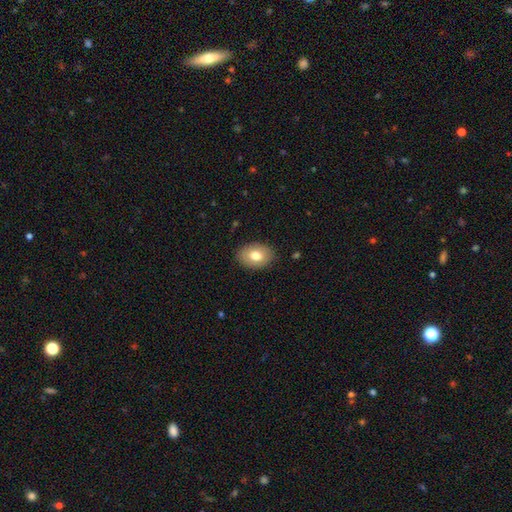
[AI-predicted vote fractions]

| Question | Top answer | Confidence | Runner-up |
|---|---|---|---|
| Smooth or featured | smooth | 76% | featured or disk (16%) |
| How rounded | in between | 76% | round (23%) |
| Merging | none | 87% | minor disturbance (9%) |